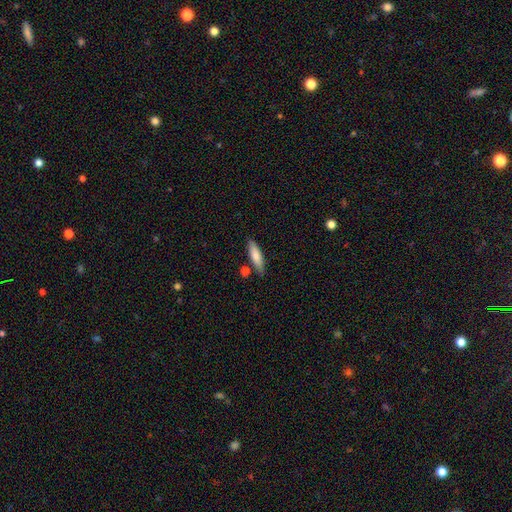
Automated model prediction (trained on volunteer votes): smooth 79%, featured or disk 15%, star or artifact 6%. Down the decision tree: how rounded — cigar-shaped (68%); merging — none (81%).